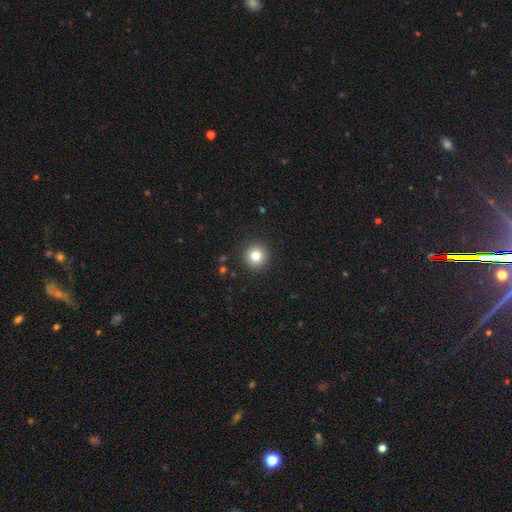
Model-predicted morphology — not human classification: smooth-or-featured: smooth: 80% | star or artifact: 12% | featured or disk: 8%
  how-rounded: round: 96% | in between: 3% | cigar-shaped: 1%
  merging: none: 92% | minor disturbance: 5% | major disturbance: 2% | merger: 1%